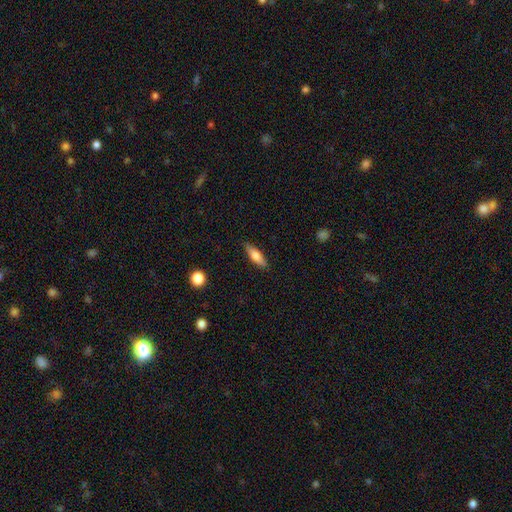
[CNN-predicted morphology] Smooth or featured?
  - smooth: 62% *
  - featured or disk: 31%
  - star or artifact: 6%
How rounded?
  - cigar-shaped: 56% *
  - in between: 41%
  - round: 3%
Merging?
  - none: 86% *
  - minor disturbance: 10%
  - major disturbance: 2%
  - merger: 1%